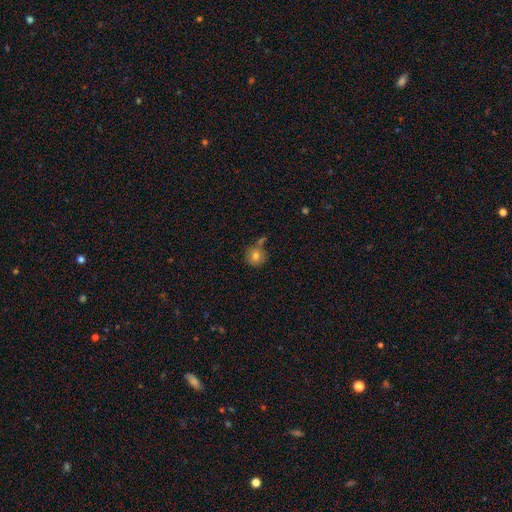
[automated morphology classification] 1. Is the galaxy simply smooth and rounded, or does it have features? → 78% smooth, 13% featured or disk, 10% star or artifact.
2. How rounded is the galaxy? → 91% round, 8% in between, 1% cigar-shaped.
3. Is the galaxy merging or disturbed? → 65% none, 16% merger, 15% minor disturbance, 4% major disturbance.